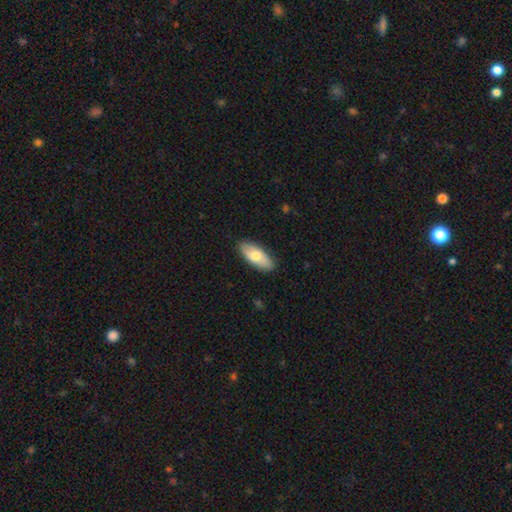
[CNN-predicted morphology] smooth-or-featured: smooth: 68% | featured or disk: 27% | star or artifact: 5%
  how-rounded: in between: 85% | cigar-shaped: 12% | round: 2%
  merging: none: 85% | minor disturbance: 12% | major disturbance: 2% | merger: 1%